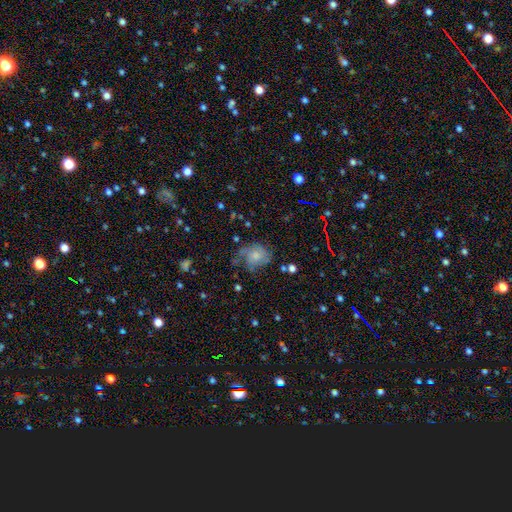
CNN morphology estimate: This appears to be a smooth galaxy with no disk features (47%). Merging: none (47%).